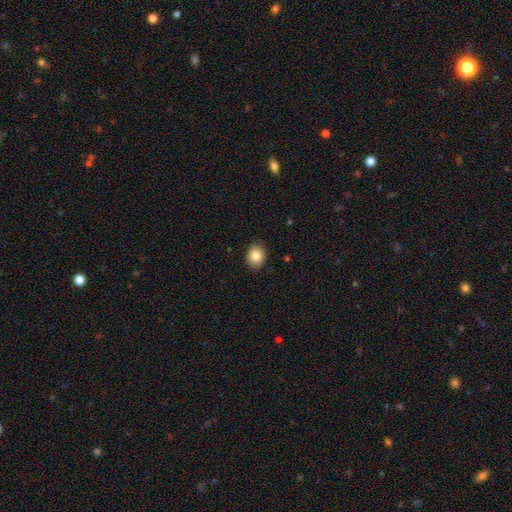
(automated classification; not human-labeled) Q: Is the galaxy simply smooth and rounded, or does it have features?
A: smooth — 85%.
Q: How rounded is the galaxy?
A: in between — 53%.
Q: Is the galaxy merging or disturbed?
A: none — 89%.